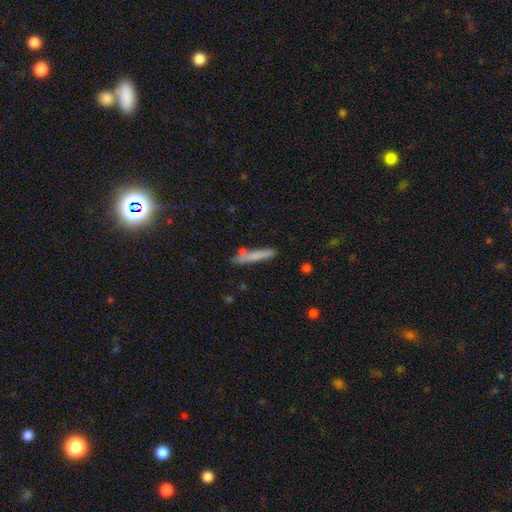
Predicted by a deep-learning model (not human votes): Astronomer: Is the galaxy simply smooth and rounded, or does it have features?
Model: smooth — 74%.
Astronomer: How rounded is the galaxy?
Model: cigar-shaped — 92%.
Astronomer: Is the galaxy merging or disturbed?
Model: none — 75%.